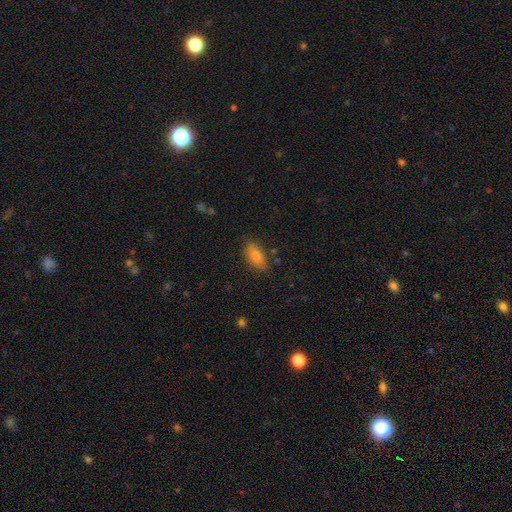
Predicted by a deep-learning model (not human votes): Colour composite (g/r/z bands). It shows a smooth galaxy with no disk features (80%) that is in between round and cigar-shaped (88%). Merging: none (79%).